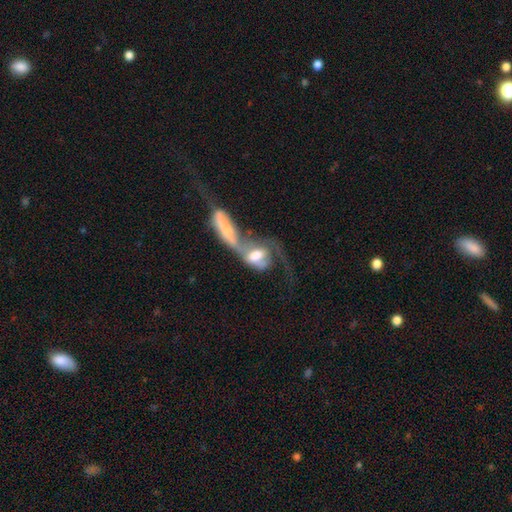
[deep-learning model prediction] A featured or disk galaxy (55%). Merging: merger (73%).